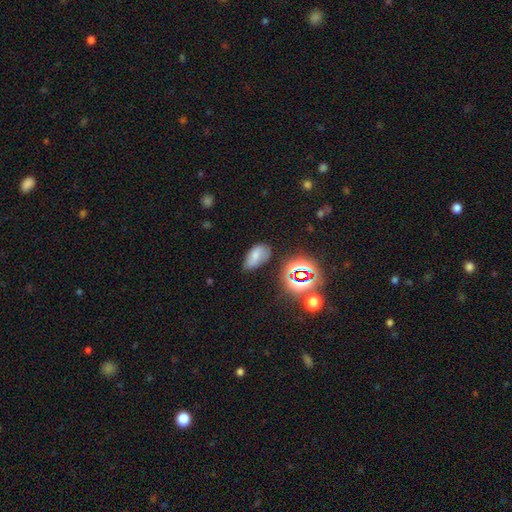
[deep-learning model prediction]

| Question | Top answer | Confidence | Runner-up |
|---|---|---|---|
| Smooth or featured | smooth | 63% | star or artifact (20%) |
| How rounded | in between | 90% | round (7%) |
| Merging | none | 60% | minor disturbance (27%) |